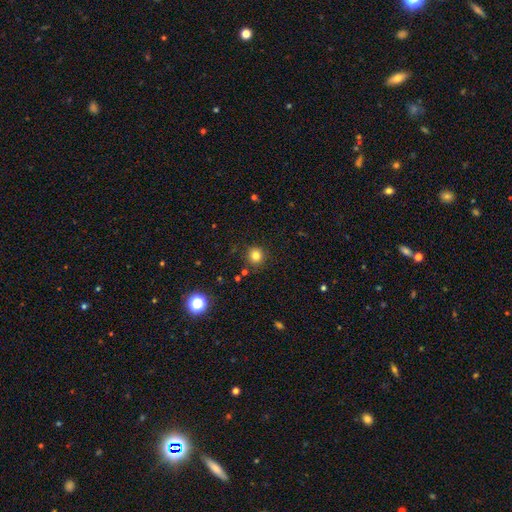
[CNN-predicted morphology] Smooth or featured?
  - smooth: 80% *
  - star or artifact: 14%
  - featured or disk: 6%
How rounded?
  - round: 92% *
  - in between: 7%
  - cigar-shaped: 1%
Merging?
  - none: 88% *
  - minor disturbance: 8%
  - major disturbance: 2%
  - merger: 2%